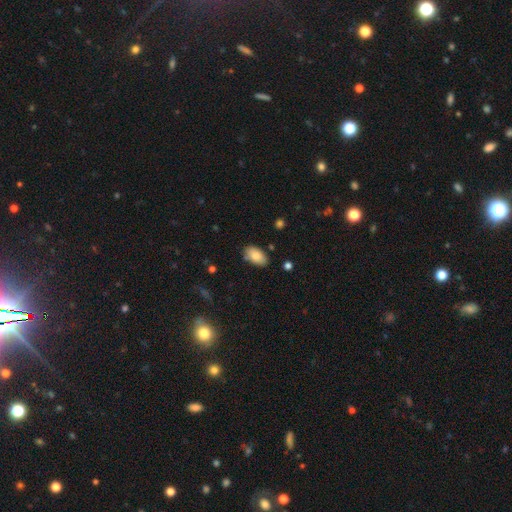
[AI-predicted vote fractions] Morphology: type=smooth (82%); roundness=in between (94%); merging=none (81%).